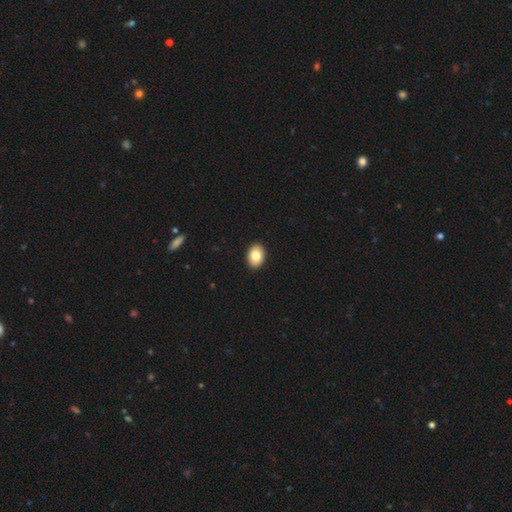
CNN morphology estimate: A smooth galaxy with no disk features (82%) that is in between round and cigar-shaped (81%).

Vote fractions:
- Smooth or featured? smooth: 82% / featured or disk: 11% / star or artifact: 8%
- How rounded? in between: 81% / round: 18% / cigar-shaped: 1%
- Merging? none: 92% / minor disturbance: 6% / major disturbance: 1% / merger: 1%